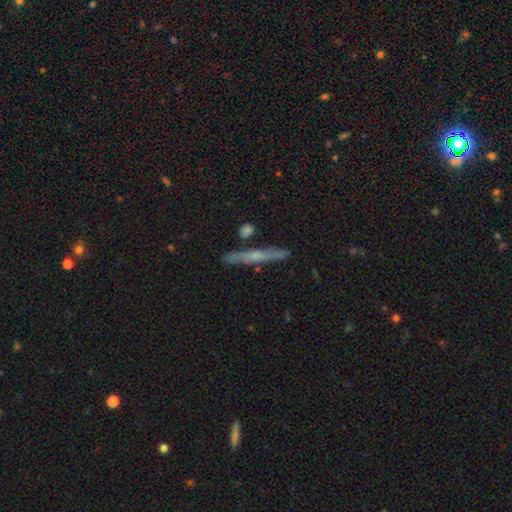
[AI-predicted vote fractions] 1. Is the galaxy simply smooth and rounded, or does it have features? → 57% featured or disk, 36% smooth, 7% star or artifact.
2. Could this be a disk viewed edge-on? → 93% yes, 7% no.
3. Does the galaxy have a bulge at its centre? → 54% rounded, 40% none, 6% boxy.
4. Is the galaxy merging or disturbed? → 85% none, 10% minor disturbance, 3% merger, 2% major disturbance.